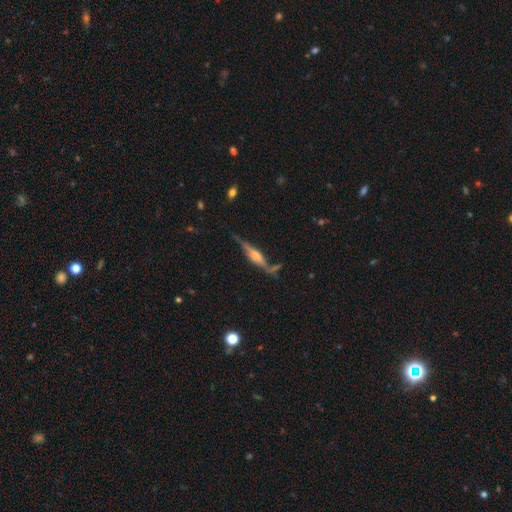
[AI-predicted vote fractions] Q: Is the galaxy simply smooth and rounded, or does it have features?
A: featured or disk — 76%.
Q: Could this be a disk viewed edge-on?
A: yes — 90%.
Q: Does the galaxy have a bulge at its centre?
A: rounded — 75%.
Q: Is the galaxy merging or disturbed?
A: none — 63%.